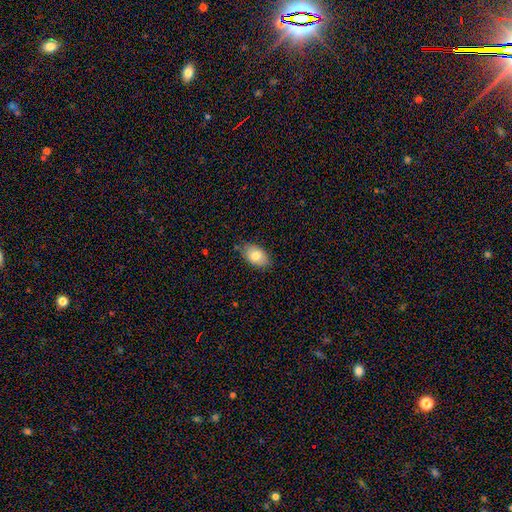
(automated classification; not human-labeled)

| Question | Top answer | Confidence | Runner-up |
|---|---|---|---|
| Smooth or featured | smooth | 79% | featured or disk (14%) |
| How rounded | in between | 91% | round (8%) |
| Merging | none | 81% | minor disturbance (15%) |